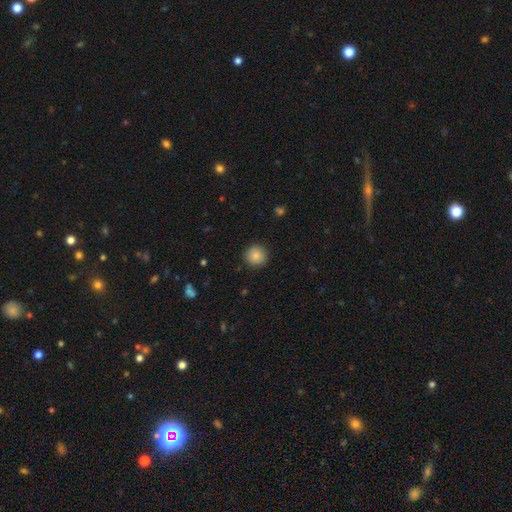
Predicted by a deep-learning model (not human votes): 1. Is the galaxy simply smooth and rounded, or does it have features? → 85% smooth, 9% star or artifact, 6% featured or disk.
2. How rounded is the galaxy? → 95% round, 4% in between, 1% cigar-shaped.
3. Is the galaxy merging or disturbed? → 91% none, 6% minor disturbance, 2% major disturbance, 1% merger.